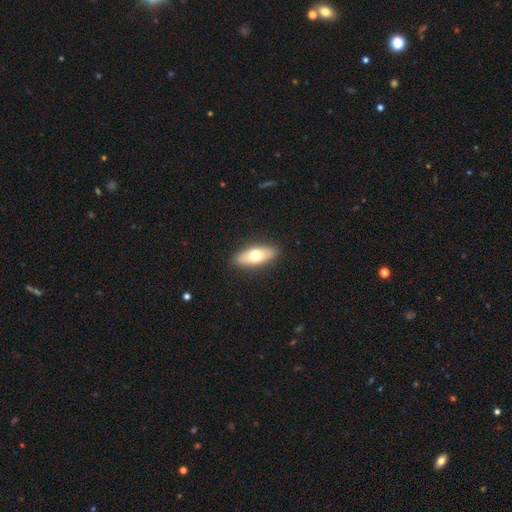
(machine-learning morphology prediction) This appears to be a smooth galaxy with no disk features (67%) that is in between round and cigar-shaped (72%). Merging: none (89%).